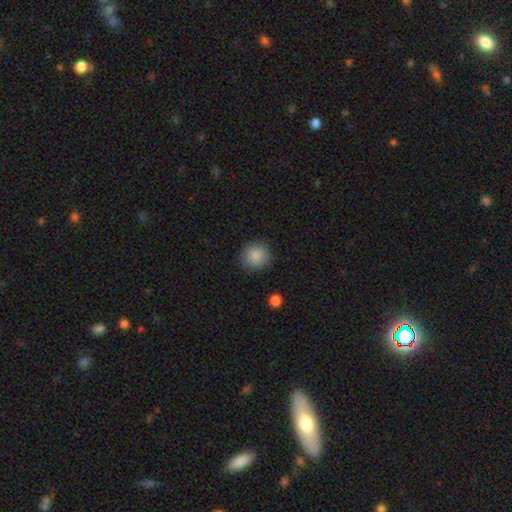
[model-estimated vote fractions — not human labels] This is clearly a smooth galaxy (87%). How rounded: clearly round (87%). Merging: clearly none (88%).